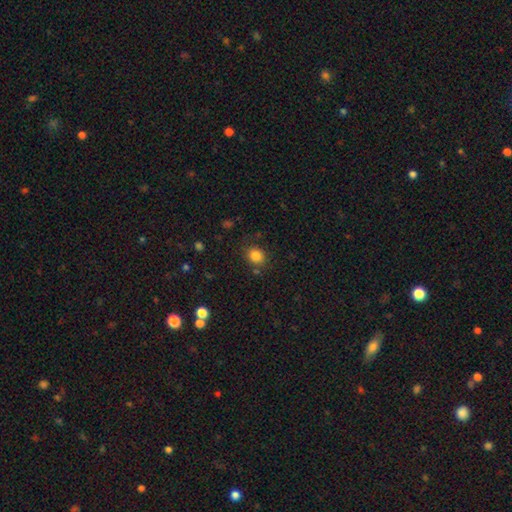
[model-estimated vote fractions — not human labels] This is clearly a smooth galaxy (83%). How rounded: likely round (70%). Merging: clearly none (80%).